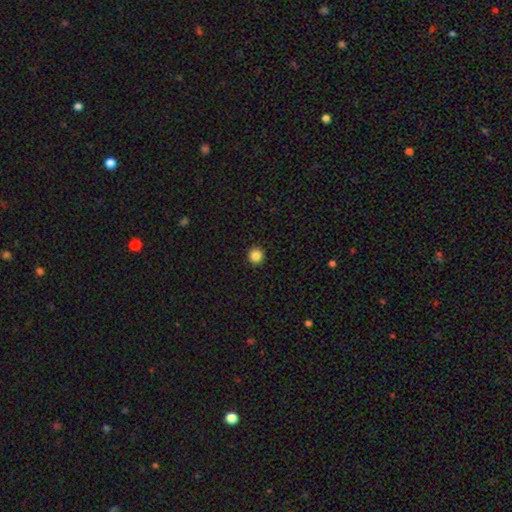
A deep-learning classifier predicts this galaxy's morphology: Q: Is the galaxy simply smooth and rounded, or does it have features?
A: smooth — 86%.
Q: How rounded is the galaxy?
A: round — 95%.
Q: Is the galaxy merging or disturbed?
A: none — 93%.